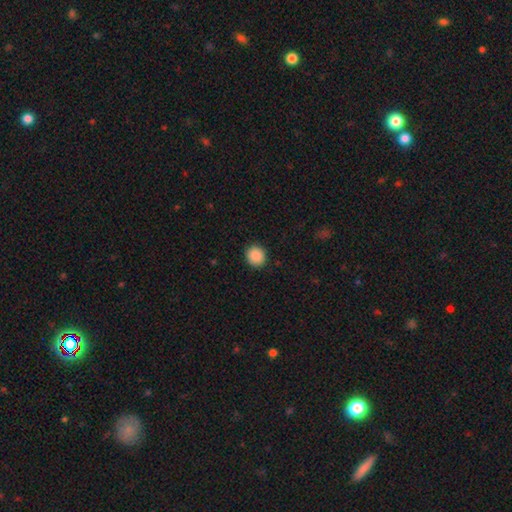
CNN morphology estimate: smooth 89%, star or artifact 8%, featured or disk 3%. Down the decision tree: how rounded — round (88%); merging — none (92%).